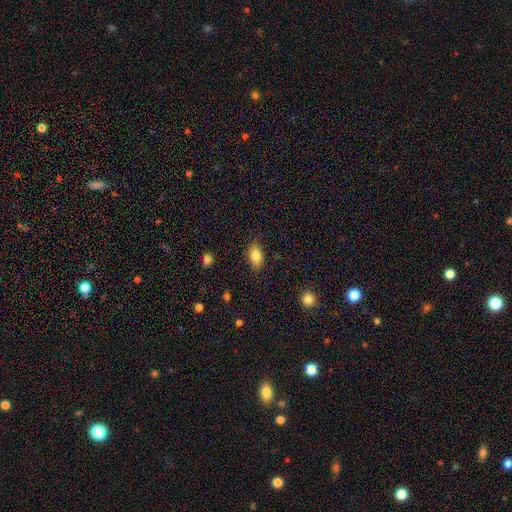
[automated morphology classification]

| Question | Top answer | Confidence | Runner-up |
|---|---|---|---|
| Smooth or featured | smooth | 83% | featured or disk (9%) |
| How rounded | in between | 88% | round (8%) |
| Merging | none | 83% | minor disturbance (13%) |